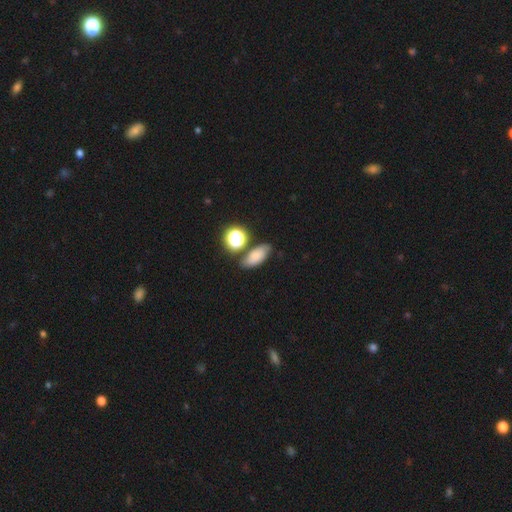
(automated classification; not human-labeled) This appears to be a smooth galaxy with no disk features (71%) that is in between round and cigar-shaped (80%). Merging: none (70%).